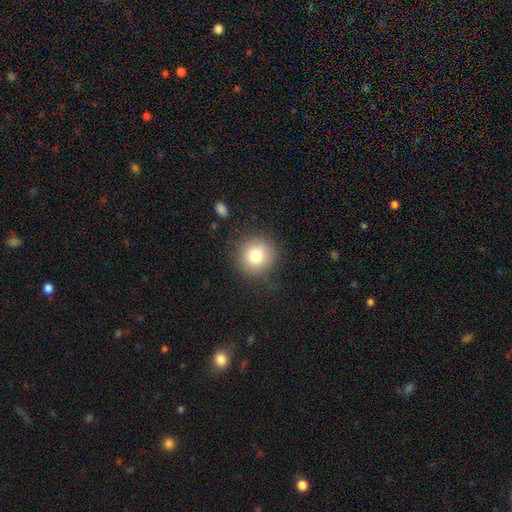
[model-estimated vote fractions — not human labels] Smooth or featured? Predicted: smooth (p=0.78). How rounded? Predicted: round (p=0.94). Merging? Predicted: none (p=0.84).